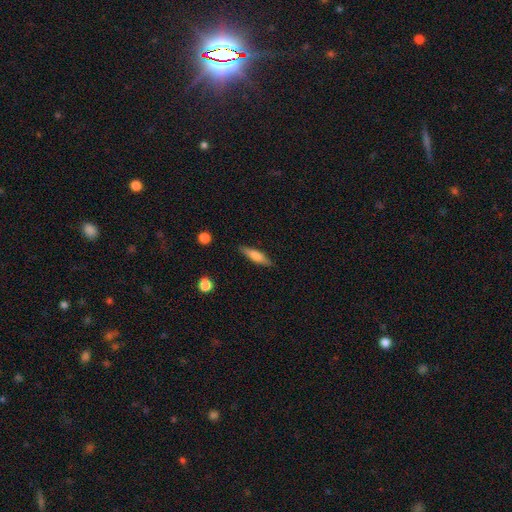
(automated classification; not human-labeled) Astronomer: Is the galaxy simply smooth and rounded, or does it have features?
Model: smooth — 62%.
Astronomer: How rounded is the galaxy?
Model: cigar-shaped — 74%.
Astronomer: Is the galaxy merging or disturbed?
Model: none — 86%.